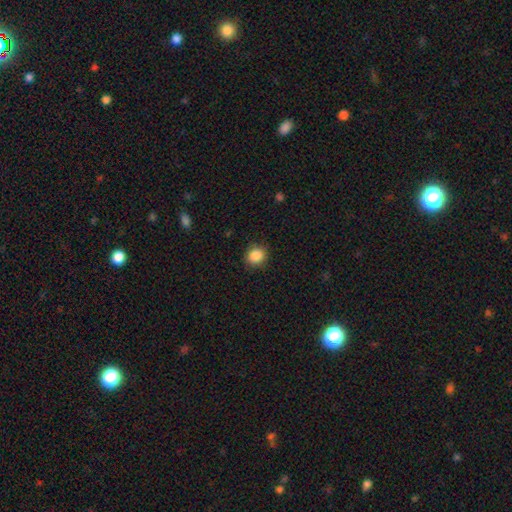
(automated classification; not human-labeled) Morphology: type=smooth (87%); roundness=round (83%); merging=none (89%).